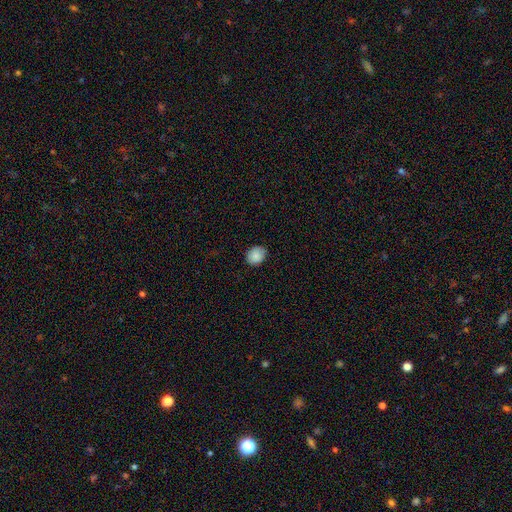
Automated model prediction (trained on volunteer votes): smooth-or-featured: smooth: 88% | star or artifact: 8% | featured or disk: 4%
  how-rounded: round: 59% | in between: 40% | cigar-shaped: 1%
  merging: none: 82% | minor disturbance: 15% | major disturbance: 3% | merger: 1%